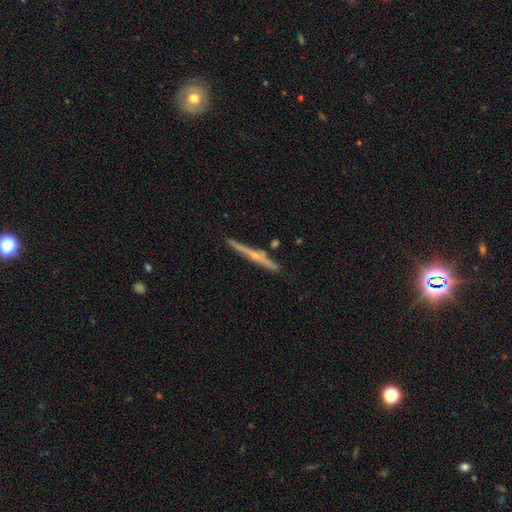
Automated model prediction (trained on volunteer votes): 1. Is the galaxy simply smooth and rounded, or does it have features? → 72% featured or disk, 22% smooth, 6% star or artifact.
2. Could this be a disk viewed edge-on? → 97% yes, 3% no.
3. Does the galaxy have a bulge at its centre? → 75% rounded, 21% none, 4% boxy.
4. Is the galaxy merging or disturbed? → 86% none, 9% minor disturbance, 3% merger, 2% major disturbance.